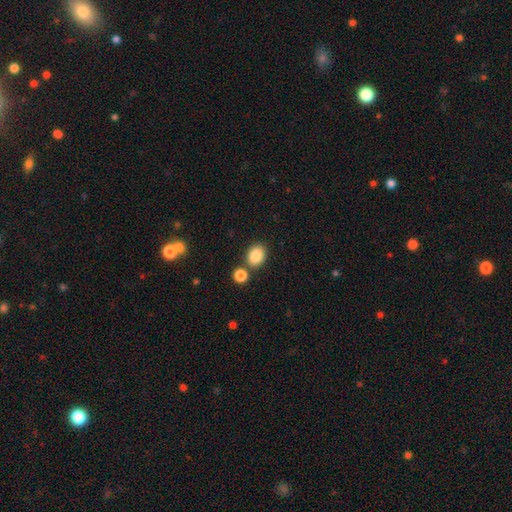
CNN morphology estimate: A smooth galaxy with no disk features (86%) that is in between round and cigar-shaped (53%). Merging: none (75%).